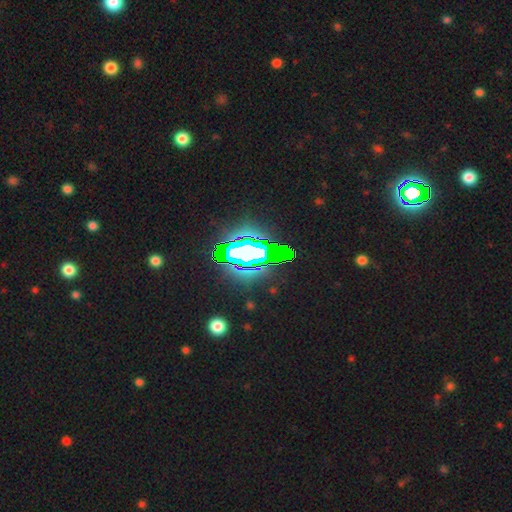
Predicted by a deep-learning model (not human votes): smooth-or-featured: star or artifact: 63% | featured or disk: 22% | smooth: 15%